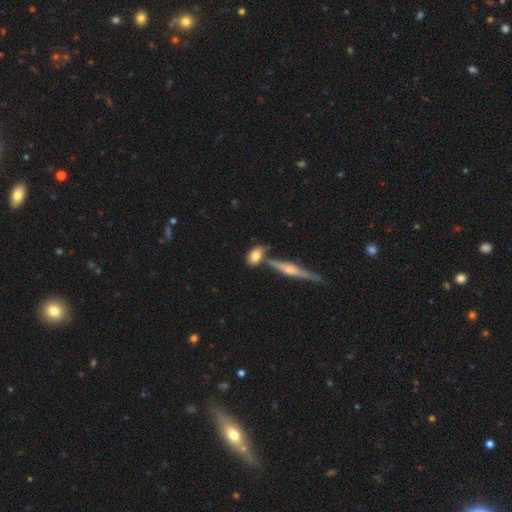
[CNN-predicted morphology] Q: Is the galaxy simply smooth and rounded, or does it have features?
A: smooth — 73%.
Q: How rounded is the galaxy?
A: in between — 78%.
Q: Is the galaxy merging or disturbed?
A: none — 60%.